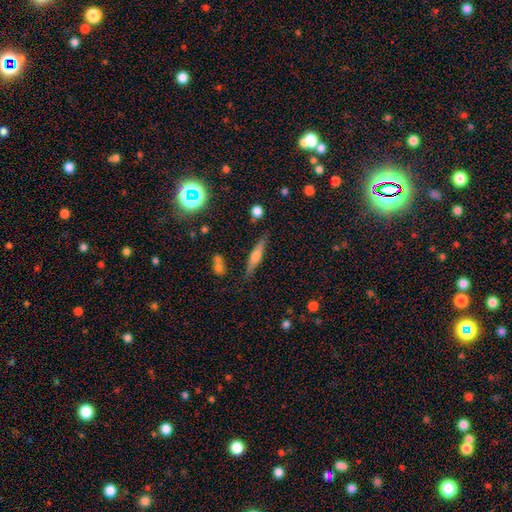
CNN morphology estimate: type=featured or disk (54%); edge-on=yes (94%); edge-on bulge=rounded (79%); merging=none (82%).